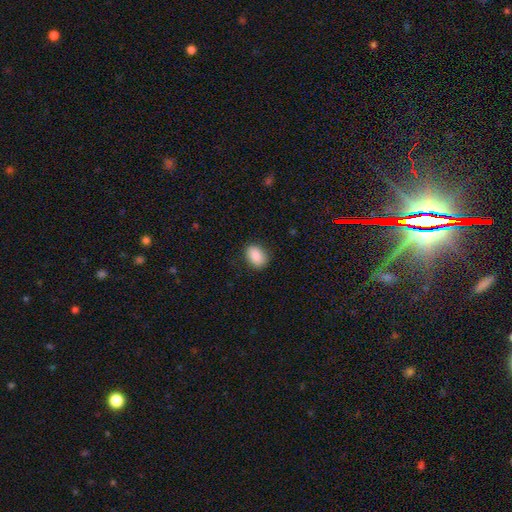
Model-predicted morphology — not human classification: This is clearly a smooth galaxy (87%). How rounded: likely in between (79%). Merging: clearly none (84%).